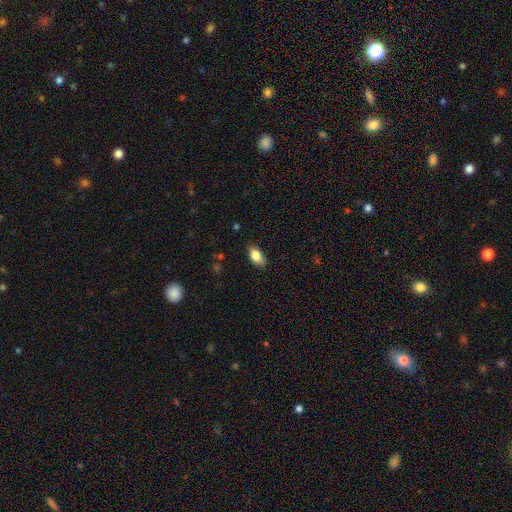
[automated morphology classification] Q: Smooth or featured?
A: smooth (85%); runner-up: featured or disk (8%)
Q: How rounded?
A: in between (90%); runner-up: cigar-shaped (5%)
Q: Merging?
A: none (81%); runner-up: minor disturbance (15%)